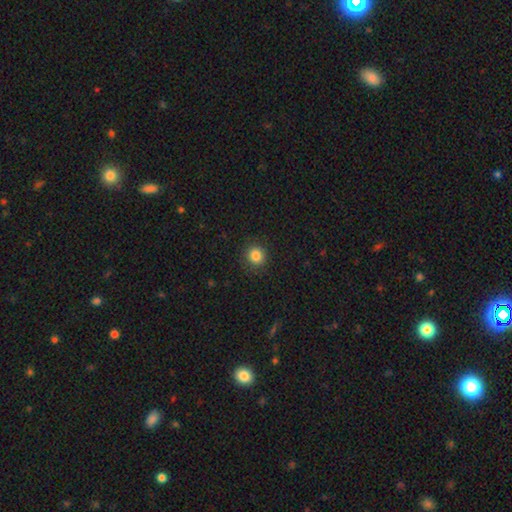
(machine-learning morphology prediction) smooth-or-featured: smooth: 84% | star or artifact: 11% | featured or disk: 5%
  how-rounded: round: 91% | in between: 8% | cigar-shaped: 1%
  merging: none: 90% | minor disturbance: 7% | major disturbance: 2% | merger: 1%